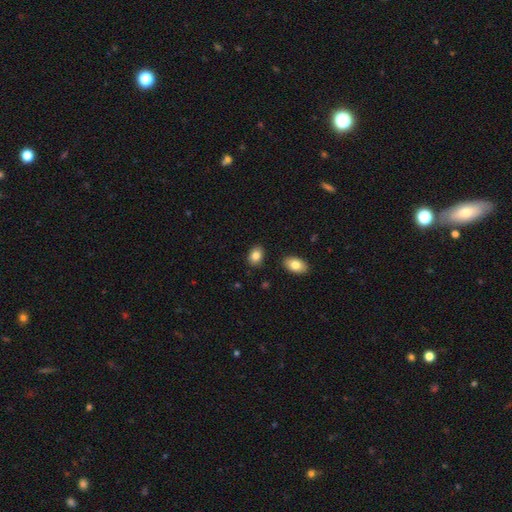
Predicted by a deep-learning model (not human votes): The model was most divided on "how rounded": in between: 77%, round: 22%, cigar-shaped: 1%. More confident: merging — none (85%); smooth or featured — smooth (83%).